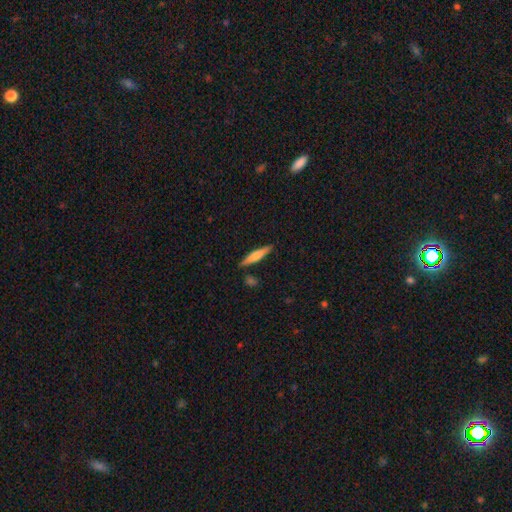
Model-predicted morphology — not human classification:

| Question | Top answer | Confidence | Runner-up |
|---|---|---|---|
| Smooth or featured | smooth | 61% | featured or disk (33%) |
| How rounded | cigar-shaped | 89% | in between (10%) |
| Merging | none | 85% | minor disturbance (9%) |